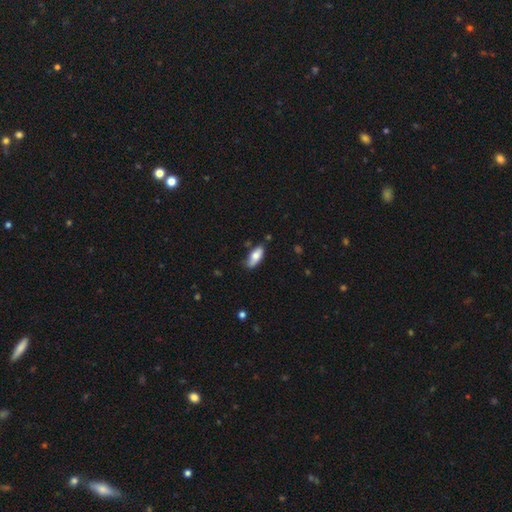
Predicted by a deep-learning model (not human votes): smooth_or_featured: smooth (p=0.76) [alt: featured or disk p=0.18]
how_rounded: in between (p=0.79) [alt: cigar-shaped p=0.18]
merging: none (p=0.71) [alt: minor disturbance p=0.23]